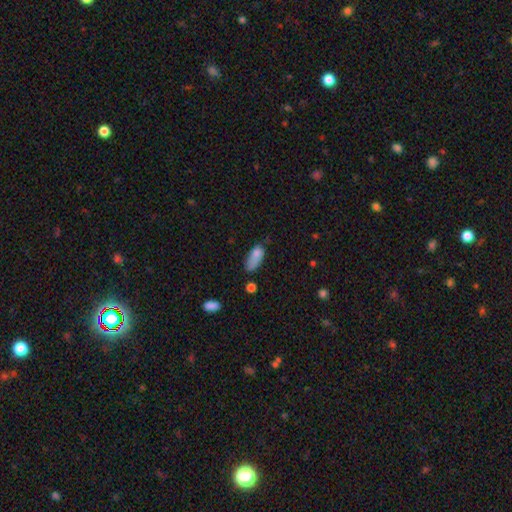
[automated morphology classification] Overall: smooth (80%). How rounded: in between (82%). Merging: none (39%; minor disturbance 36%).